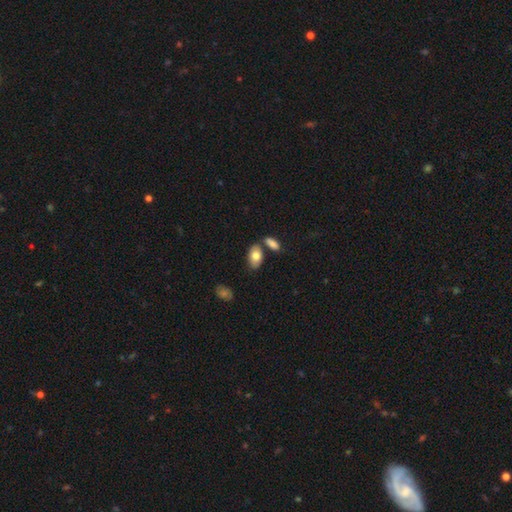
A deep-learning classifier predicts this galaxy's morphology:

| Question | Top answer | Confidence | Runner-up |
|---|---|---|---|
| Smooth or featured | smooth | 78% | featured or disk (15%) |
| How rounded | in between | 93% | round (5%) |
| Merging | none | 69% | merger (15%) |